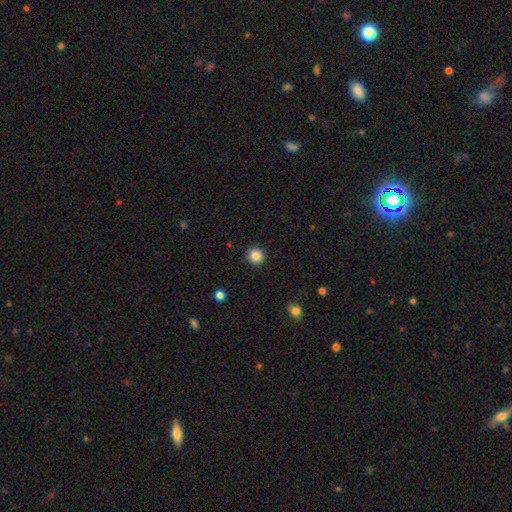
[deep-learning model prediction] A smooth galaxy with no disk features (87%) that is round (93%). Merging: none (91%).